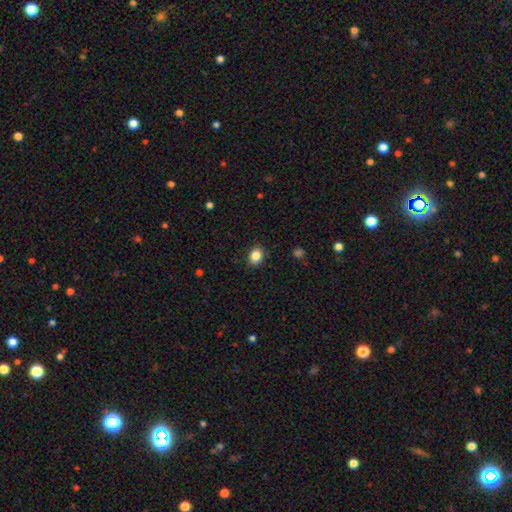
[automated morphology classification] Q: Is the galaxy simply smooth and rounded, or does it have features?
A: smooth — 86%.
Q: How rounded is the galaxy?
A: in between — 56%.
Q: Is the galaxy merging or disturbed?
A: none — 89%.